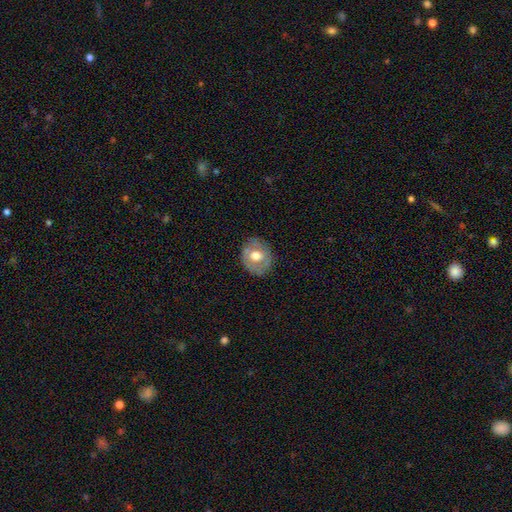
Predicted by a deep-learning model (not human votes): Overall: smooth (50%; featured or disk 43%). Merging: none (73%).